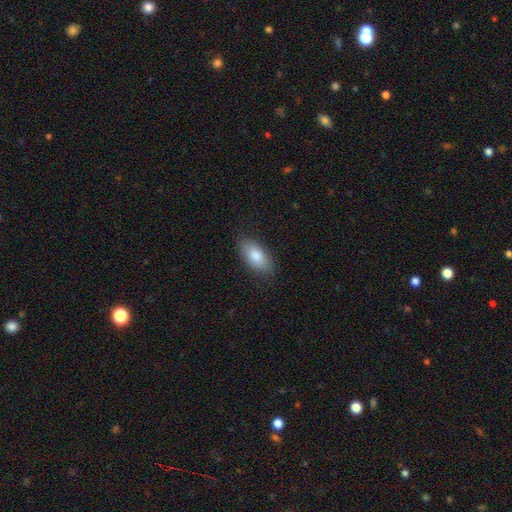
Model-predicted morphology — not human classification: Smooth or featured? Predicted: smooth (p=0.82). How rounded? Predicted: in between (p=0.90). Merging? Predicted: none (p=0.84).